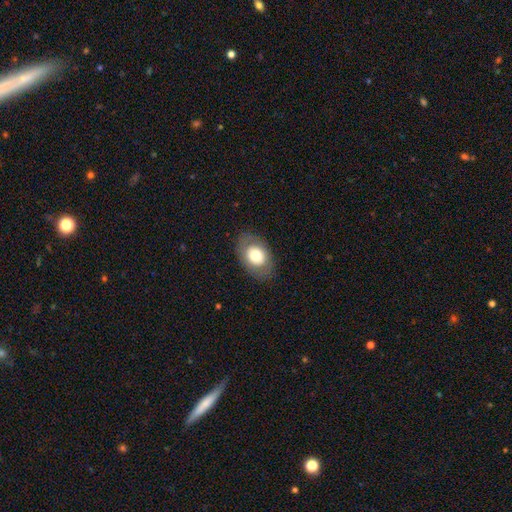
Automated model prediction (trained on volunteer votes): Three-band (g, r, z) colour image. It shows a smooth galaxy with no disk features (67%) that is in between round and cigar-shaped (79%). Merging: none (83%).